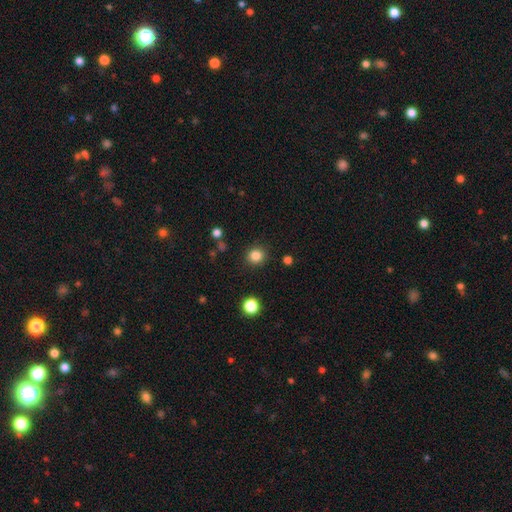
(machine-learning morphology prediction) smooth-or-featured: smooth: 83% | star or artifact: 12% | featured or disk: 5%
  how-rounded: round: 90% | in between: 9% | cigar-shaped: 1%
  merging: none: 90% | minor disturbance: 6% | major disturbance: 2% | merger: 2%